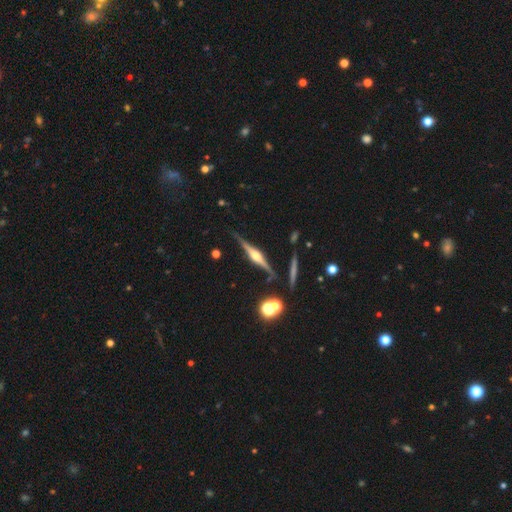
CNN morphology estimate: This is clearly a featured or disk galaxy (85%). It is clearly viewed edge-on (98%). Edge-on bulge: clearly rounded (91%). Merging: clearly none (85%).